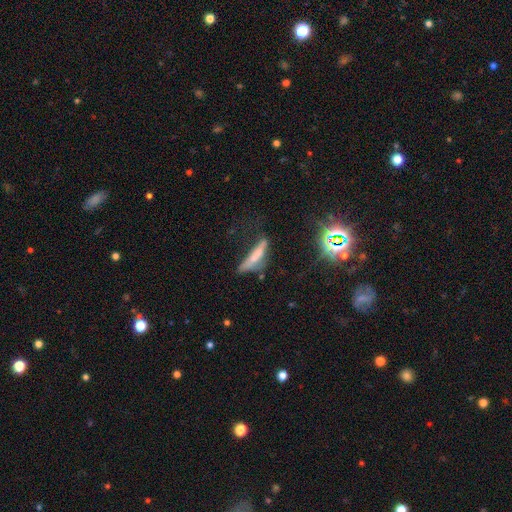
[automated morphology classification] smooth 55%, featured or disk 33%, star or artifact 11%. Down the decision tree: how rounded — cigar-shaped (80%); merging — none (35%).